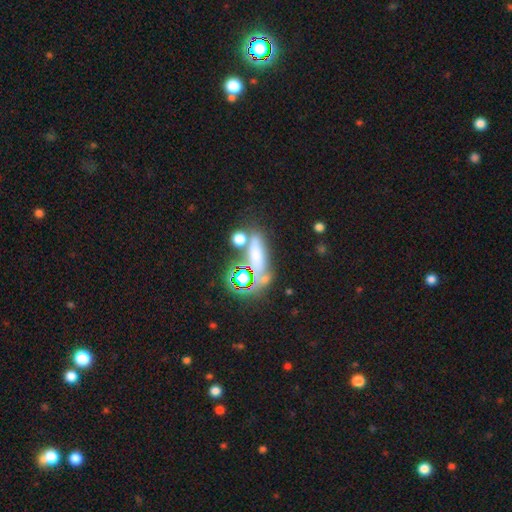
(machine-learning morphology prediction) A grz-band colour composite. It shows a smooth galaxy with no disk features (51%) that is in between round and cigar-shaped (43%). Merging: none (52%).